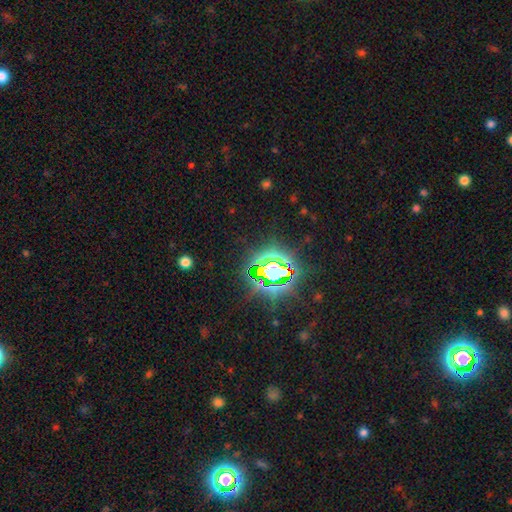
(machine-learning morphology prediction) A star or artifact, not a galaxy (80%).

Vote fractions:
- Smooth or featured? star or artifact: 80% / smooth: 11% / featured or disk: 8%